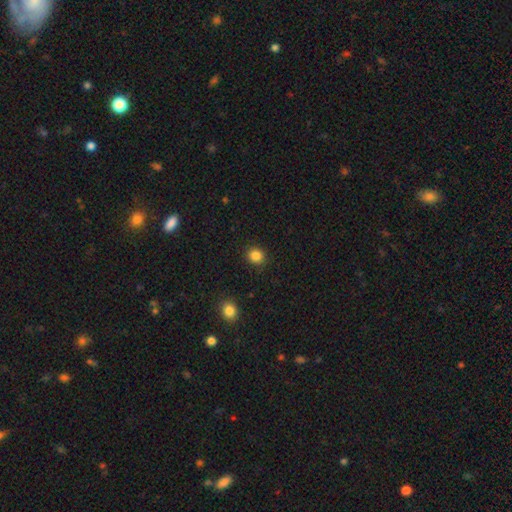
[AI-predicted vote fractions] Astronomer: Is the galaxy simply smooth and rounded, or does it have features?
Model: smooth — 85%.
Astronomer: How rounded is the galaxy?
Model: round — 86%.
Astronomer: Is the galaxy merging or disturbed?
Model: none — 90%.